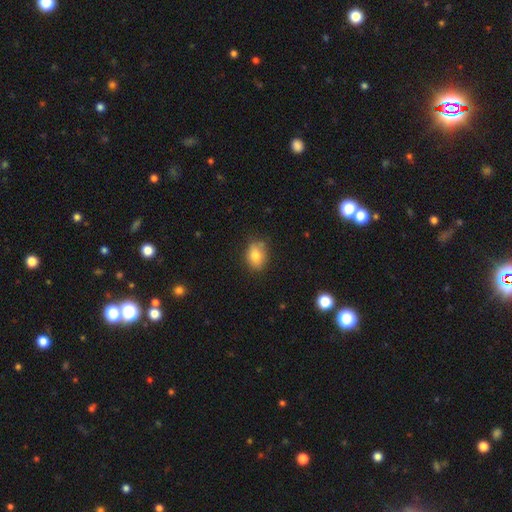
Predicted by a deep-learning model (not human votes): Smooth or featured?
  - smooth: 77% *
  - featured or disk: 13%
  - star or artifact: 10%
How rounded?
  - in between: 65% *
  - round: 34%
  - cigar-shaped: 2%
Merging?
  - none: 72% *
  - minor disturbance: 21%
  - major disturbance: 4%
  - merger: 3%